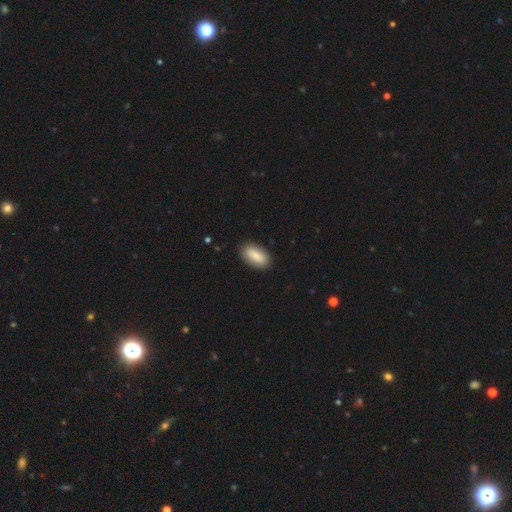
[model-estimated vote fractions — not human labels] A smooth galaxy with no disk features (81%) that is in between round and cigar-shaped (91%). Merging: none (87%).